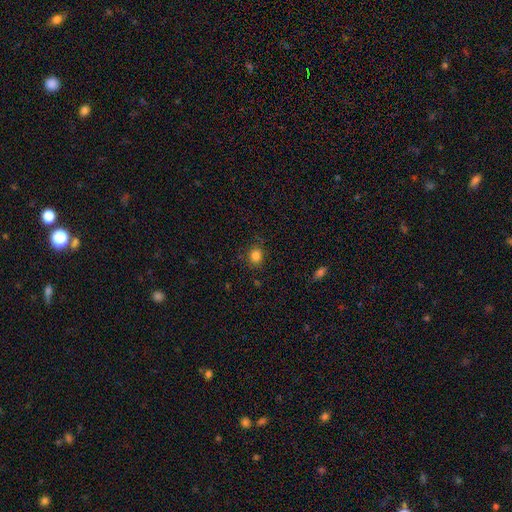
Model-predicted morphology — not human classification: A smooth galaxy with no disk features (83%) that is round (69%). Merging: none (84%).